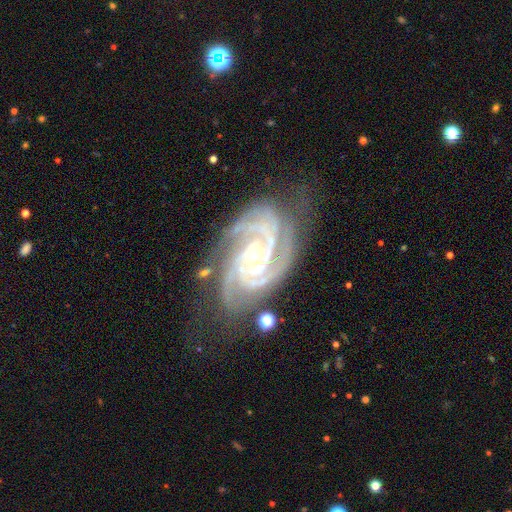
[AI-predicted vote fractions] This appears to be a featured or disk galaxy (93%) with no bar (60%), 3 (38%) tight (76%) spiral arms (99%) and a small central bulge (66%). Merging: none (68%).